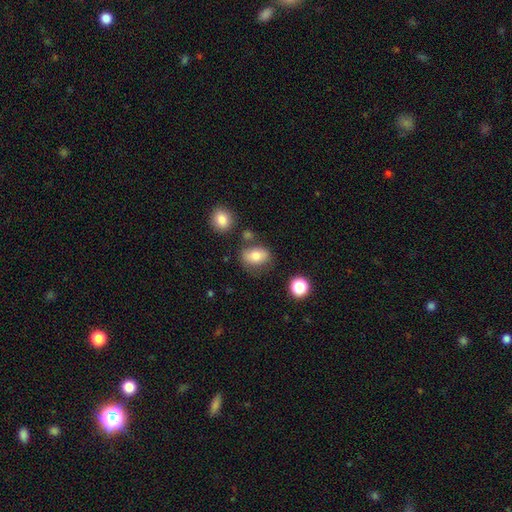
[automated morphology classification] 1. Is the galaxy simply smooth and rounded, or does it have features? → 78% smooth, 13% featured or disk, 10% star or artifact.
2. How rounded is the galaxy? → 76% in between, 22% round, 2% cigar-shaped.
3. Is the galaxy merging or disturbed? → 66% none, 20% minor disturbance, 8% merger, 7% major disturbance.